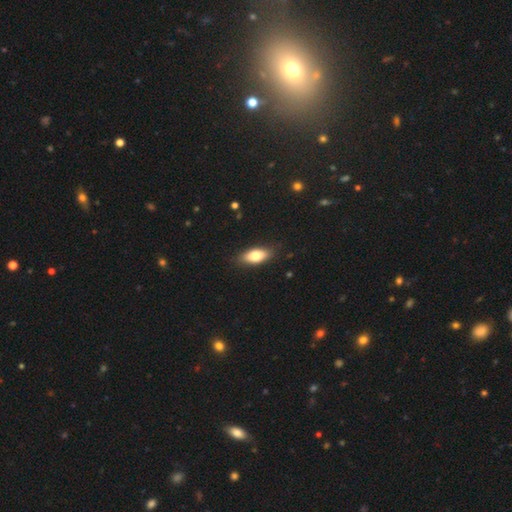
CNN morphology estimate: Smooth or featured? Predicted: smooth (p=0.78). How rounded? Predicted: in between (p=0.83). Merging? Predicted: none (p=0.86).